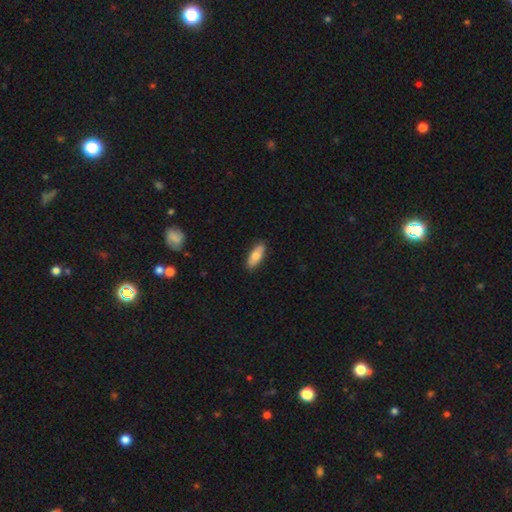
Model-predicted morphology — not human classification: smooth-or-featured: smooth: 77% | featured or disk: 17% | star or artifact: 6%
  how-rounded: in between: 77% | cigar-shaped: 21% | round: 2%
  merging: none: 88% | minor disturbance: 10% | major disturbance: 2% | merger: 1%